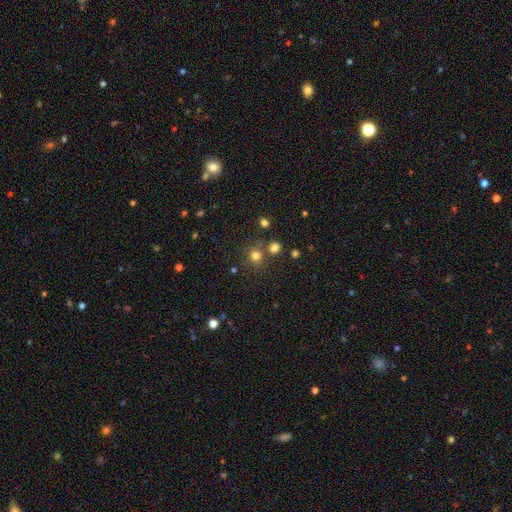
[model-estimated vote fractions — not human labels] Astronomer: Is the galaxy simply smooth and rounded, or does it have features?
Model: smooth — 76%.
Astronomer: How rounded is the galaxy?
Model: round — 90%.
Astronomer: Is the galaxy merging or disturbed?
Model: none — 75%.